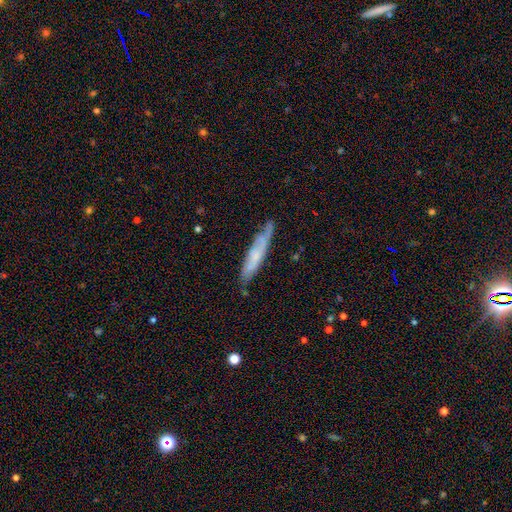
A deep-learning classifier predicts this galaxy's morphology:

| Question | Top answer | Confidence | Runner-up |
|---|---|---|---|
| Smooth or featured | featured or disk | 50% | smooth (43%) |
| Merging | none | 71% | minor disturbance (22%) |